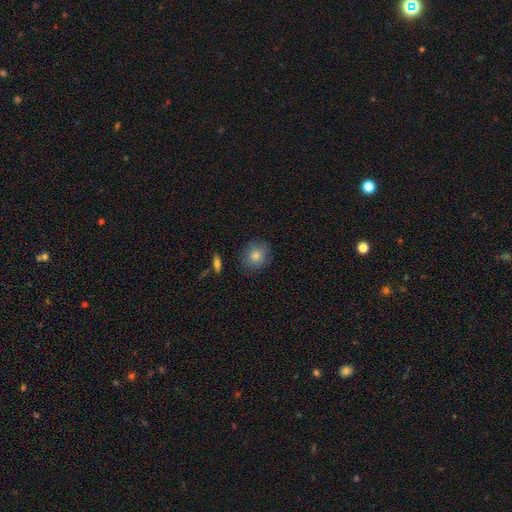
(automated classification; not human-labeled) Smooth or featured? smooth (79%)
How rounded? round (80%)
Merging? none (86%)